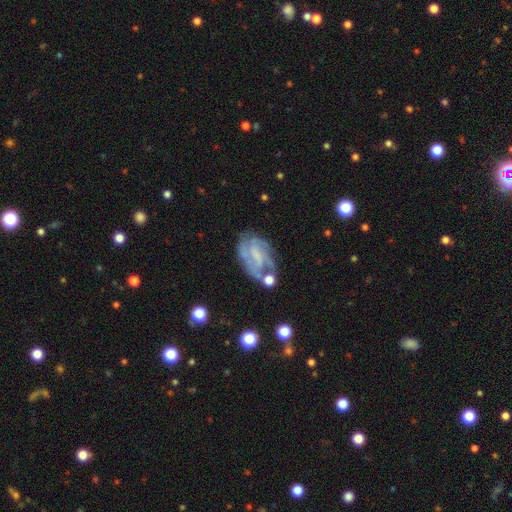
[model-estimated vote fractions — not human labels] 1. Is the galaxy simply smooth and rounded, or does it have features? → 76% featured or disk, 16% smooth, 8% star or artifact.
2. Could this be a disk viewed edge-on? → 97% no, 3% yes.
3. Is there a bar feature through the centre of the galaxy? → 45% weak, 34% no, 20% strong.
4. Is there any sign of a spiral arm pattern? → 87% yes, 13% no.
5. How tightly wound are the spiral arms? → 43% medium, 40% tight, 17% loose.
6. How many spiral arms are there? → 31% 2, 28% can't tell, 26% 3, 7% 4, 5% 1, 4% more than 4.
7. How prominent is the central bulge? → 43% none, 36% small, 17% moderate, 3% large, 1% dominant.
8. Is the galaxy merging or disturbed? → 54% none, 22% minor disturbance, 15% major disturbance, 9% merger.